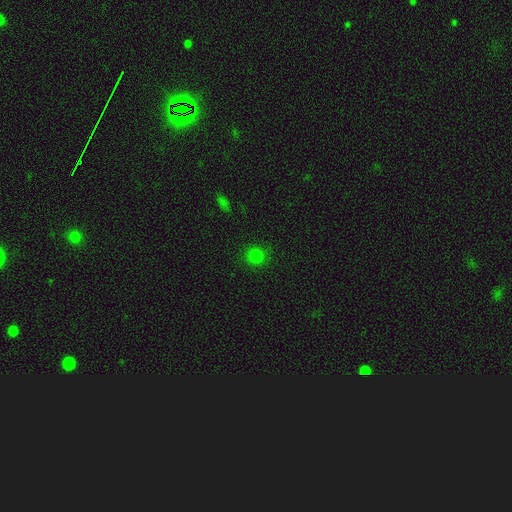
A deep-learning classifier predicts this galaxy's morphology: smooth 79%, star or artifact 17%, featured or disk 4%. Down the decision tree: how rounded — round (92%); merging — none (90%).